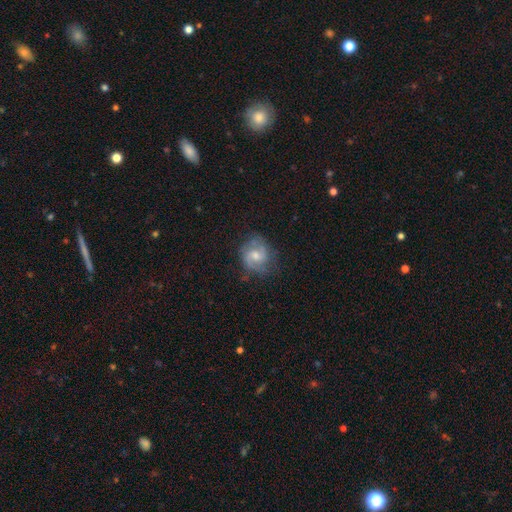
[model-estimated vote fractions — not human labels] Smooth or featured? featured or disk (73%)
Edge-on disk? no (98%)
Bar? weak (50%)
Spiral arms? yes (93%)
Spiral winding? medium (52%)
Spiral arm count? 2 (83%)
Bulge size? moderate (54%)
Merging? none (71%)